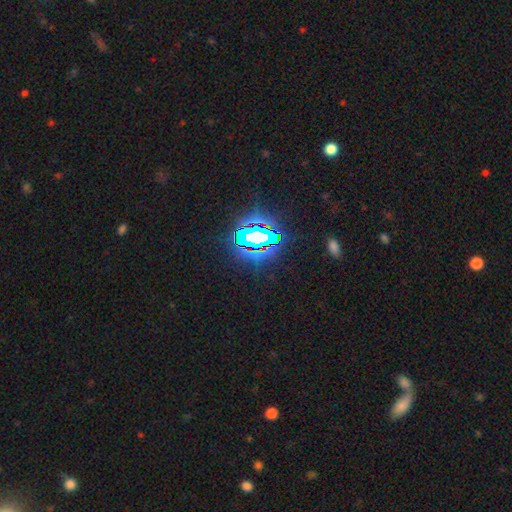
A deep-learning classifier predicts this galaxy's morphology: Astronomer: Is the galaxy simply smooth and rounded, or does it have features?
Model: star or artifact — 83%.